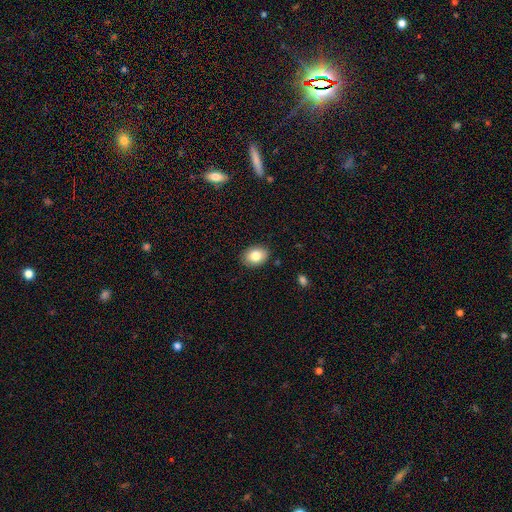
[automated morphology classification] This appears to be a smooth galaxy with no disk features (82%) that is in between round and cigar-shaped (68%). Merging: none (88%).